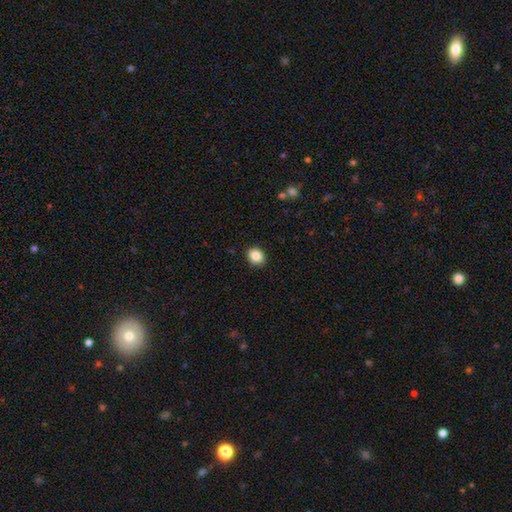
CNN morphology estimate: The model was most divided on "how rounded": round: 61%, in between: 38%, cigar-shaped: 1%. More confident: merging — none (90%); smooth or featured — smooth (86%).